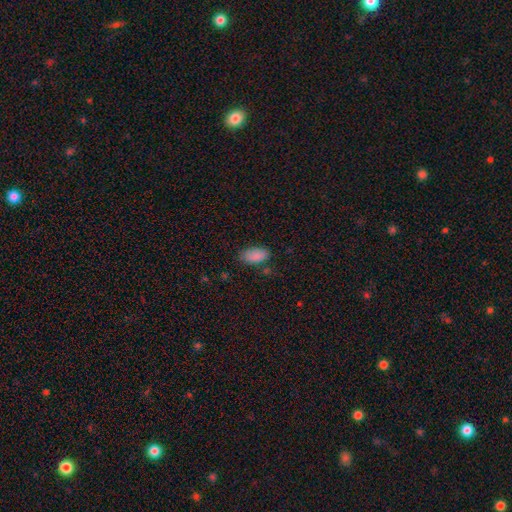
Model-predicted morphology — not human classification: Smooth or featured: smooth — 86% (star or artifact — 8%)
How rounded: in between — 93% (cigar-shaped — 4%)
Merging: none — 77% (minor disturbance — 16%)